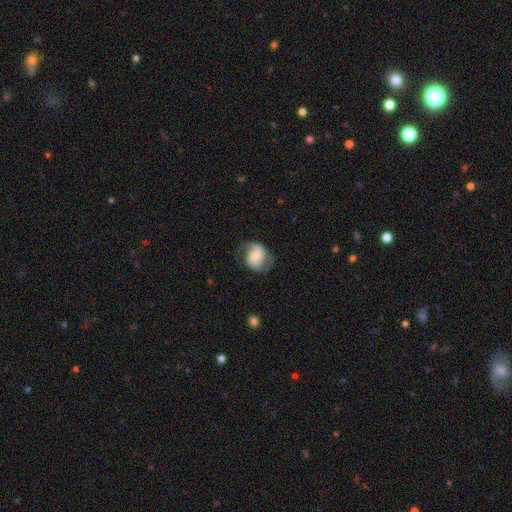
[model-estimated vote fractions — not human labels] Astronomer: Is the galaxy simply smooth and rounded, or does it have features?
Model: featured or disk — 60%.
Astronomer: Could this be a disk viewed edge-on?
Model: no — 97%.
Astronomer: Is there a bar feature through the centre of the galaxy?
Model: no — 53% (runner-up: weak, 35%).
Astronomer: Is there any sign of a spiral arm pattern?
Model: yes — 84%.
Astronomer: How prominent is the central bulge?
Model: moderate — 59%.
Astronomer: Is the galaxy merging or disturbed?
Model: none — 64%.